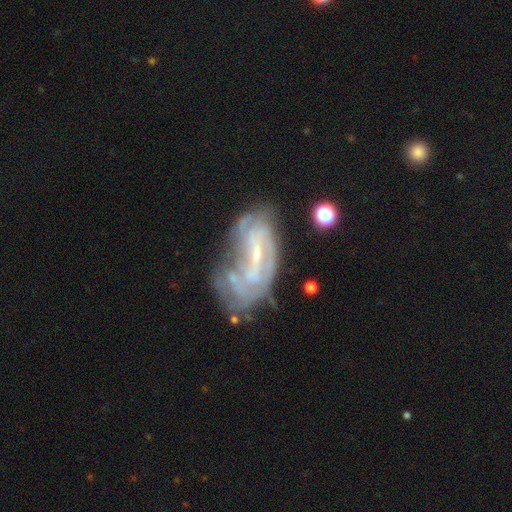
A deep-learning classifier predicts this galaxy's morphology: Q: Smooth or featured?
A: featured or disk (76%); runner-up: smooth (14%)
Q: Edge-on disk?
A: no (93%); runner-up: yes (7%)
Q: Bar?
A: weak (40%); runner-up: strong (37%)
Q: Spiral arms?
A: yes (75%); runner-up: no (25%)
Q: Spiral winding?
A: tight (45%); runner-up: medium (35%)
Q: Spiral arm count?
A: can't tell (44%); runner-up: 2 (32%)
Q: Bulge size?
A: small (61%); runner-up: none (18%)
Q: Merging?
A: none (48%); runner-up: minor disturbance (24%)